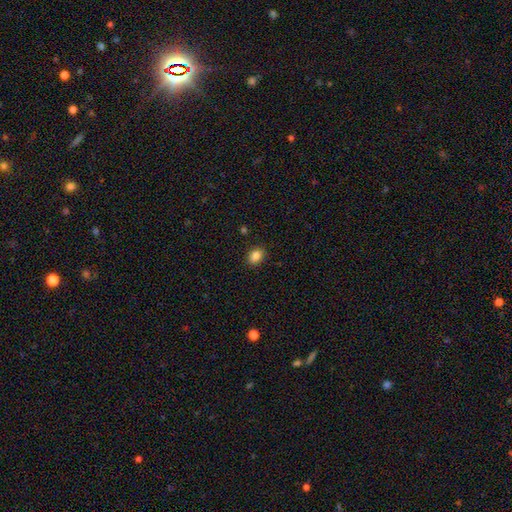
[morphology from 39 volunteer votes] smooth_or_featured: smooth (p=0.92) [alt: star or artifact p=0.08]
how_rounded: in between (p=0.69) [alt: round p=0.31]
merging: none (p=0.78) [alt: minor disturbance p=0.22]